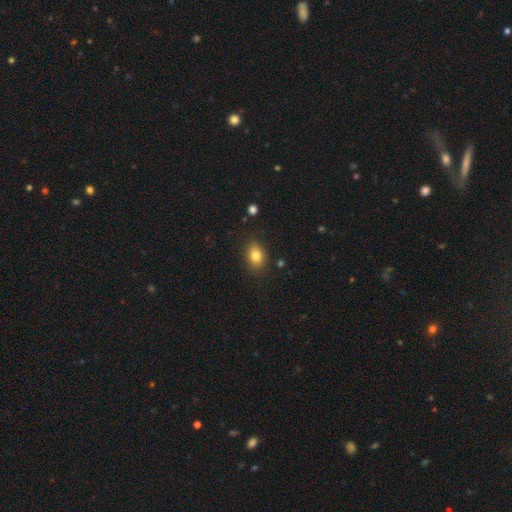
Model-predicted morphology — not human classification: The model was most divided on "how rounded": in between: 70%, round: 28%, cigar-shaped: 1%. More confident: merging — none (82%); smooth or featured — smooth (81%).